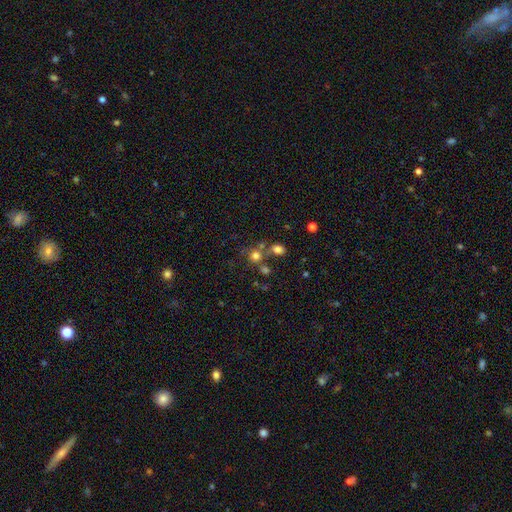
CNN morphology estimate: This appears to be a smooth galaxy with no disk features (74%) that is round (84%). Merging: none (56%).